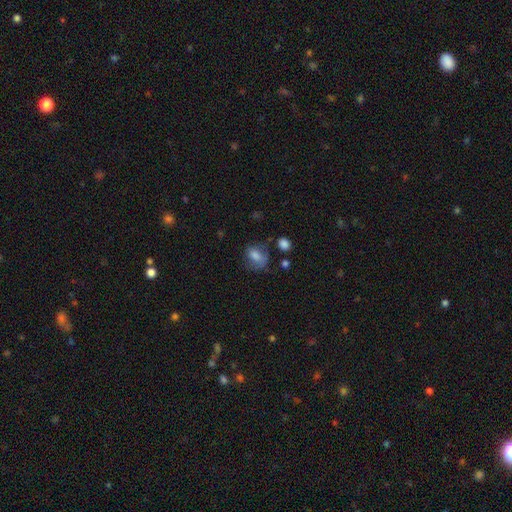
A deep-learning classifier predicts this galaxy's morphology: A smooth galaxy with no disk features (69%) that is in between round and cigar-shaped (60%). Merging: none (46%).